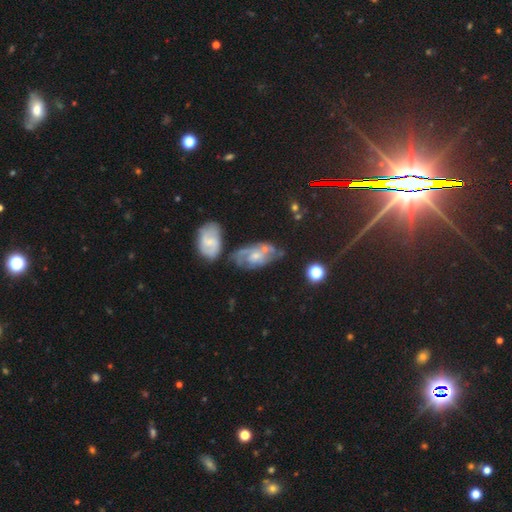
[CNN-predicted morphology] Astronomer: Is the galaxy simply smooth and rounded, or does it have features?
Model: featured or disk — 68%.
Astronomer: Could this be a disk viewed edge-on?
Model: no — 94%.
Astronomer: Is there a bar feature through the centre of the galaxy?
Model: no — 68%.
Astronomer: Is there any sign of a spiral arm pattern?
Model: yes — 77%.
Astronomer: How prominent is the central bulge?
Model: small — 55% (runner-up: moderate, 34%).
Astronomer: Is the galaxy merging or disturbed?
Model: none — 39% (runner-up: minor disturbance, 24%).